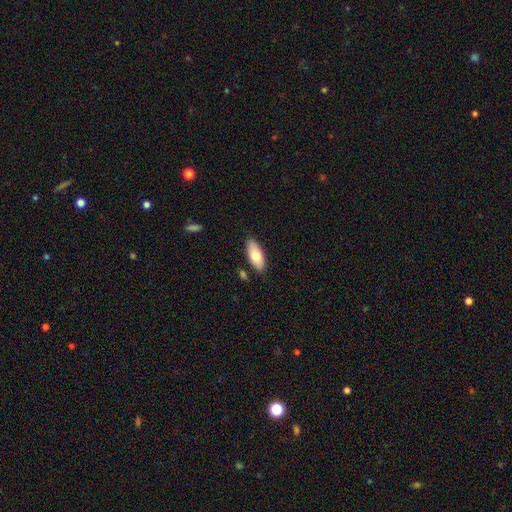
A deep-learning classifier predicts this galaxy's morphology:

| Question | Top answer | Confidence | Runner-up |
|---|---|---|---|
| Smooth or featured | smooth | 75% | featured or disk (19%) |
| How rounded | in between | 85% | cigar-shaped (13%) |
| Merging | none | 84% | minor disturbance (11%) |